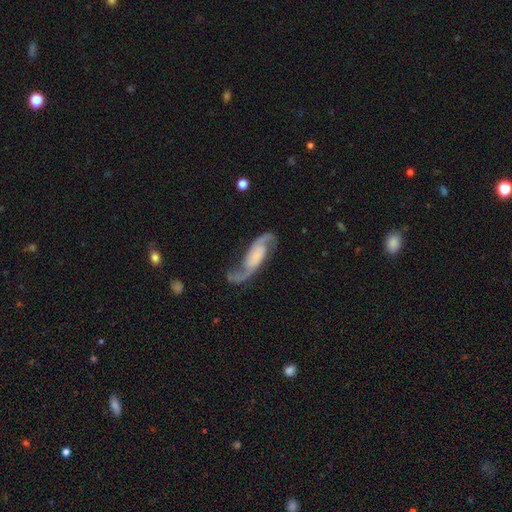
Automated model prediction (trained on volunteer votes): Smooth or featured?
  - featured or disk: 88% *
  - smooth: 7%
  - star or artifact: 5%
Edge-on disk?
  - no: 94% *
  - yes: 6%
Bar?
  - no: 53% *
  - weak: 32%
  - strong: 15%
Spiral arms?
  - yes: 97% *
  - no: 3%
Spiral winding?
  - loose: 63% *
  - medium: 30%
  - tight: 8%
Spiral arm count?
  - 2: 93% *
  - 1: 3%
  - can't tell: 2%
  - 3: 1%
  - 4: 1%
  - more than 4: 1%
Bulge size?
  - none: 43% *
  - small: 27%
  - moderate: 15%
  - large: 11%
  - dominant: 4%
Merging?
  - none: 70% *
  - minor disturbance: 17%
  - major disturbance: 11%
  - merger: 3%